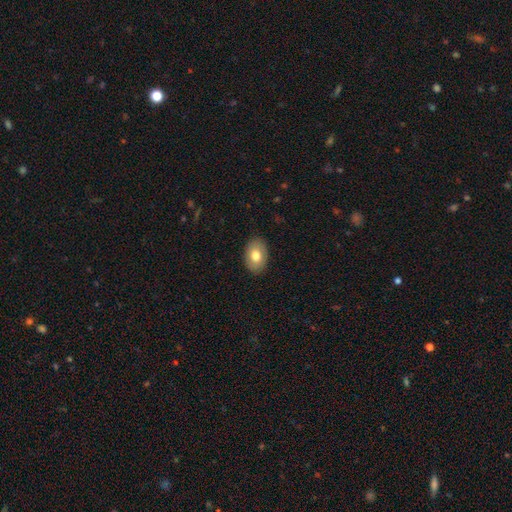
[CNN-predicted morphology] Smooth or featured: smooth — 75% (featured or disk — 18%)
How rounded: in between — 86% (round — 13%)
Merging: none — 88% (minor disturbance — 9%)